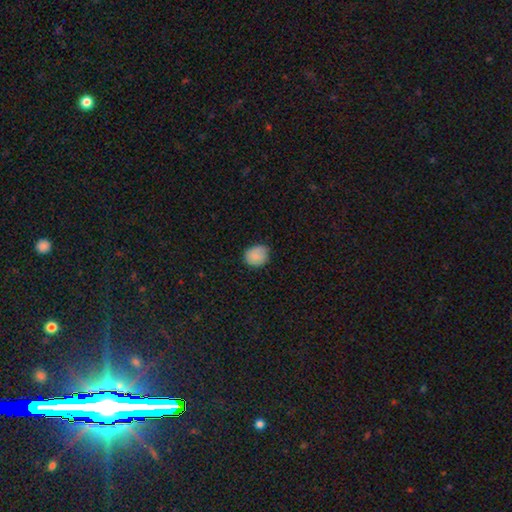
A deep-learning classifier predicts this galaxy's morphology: smooth 84%, star or artifact 9%, featured or disk 8%. Down the decision tree: how rounded — round (70%); merging — none (74%).